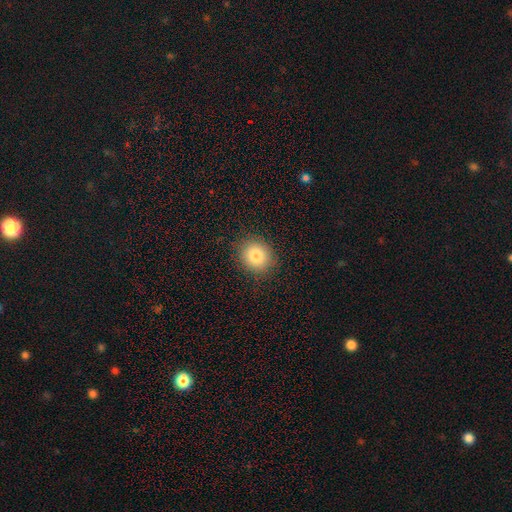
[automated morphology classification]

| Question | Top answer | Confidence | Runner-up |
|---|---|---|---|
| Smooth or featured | smooth | 83% | star or artifact (10%) |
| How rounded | round | 75% | in between (24%) |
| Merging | none | 88% | minor disturbance (8%) |